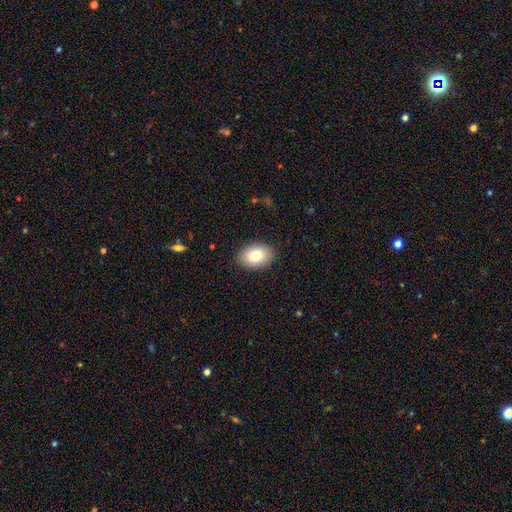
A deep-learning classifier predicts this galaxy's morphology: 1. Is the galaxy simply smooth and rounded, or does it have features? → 80% smooth, 13% featured or disk, 8% star or artifact.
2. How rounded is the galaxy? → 85% in between, 14% round, 1% cigar-shaped.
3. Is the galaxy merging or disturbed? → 88% none, 9% minor disturbance, 2% major disturbance, 1% merger.